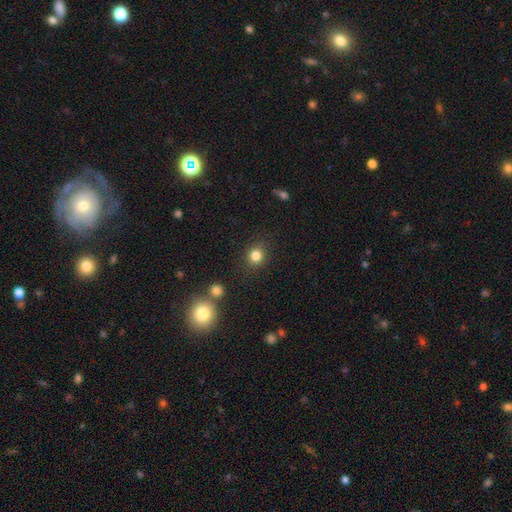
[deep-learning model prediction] smooth 82%, star or artifact 13%, featured or disk 5%. Down the decision tree: how rounded — round (86%); merging — none (86%).